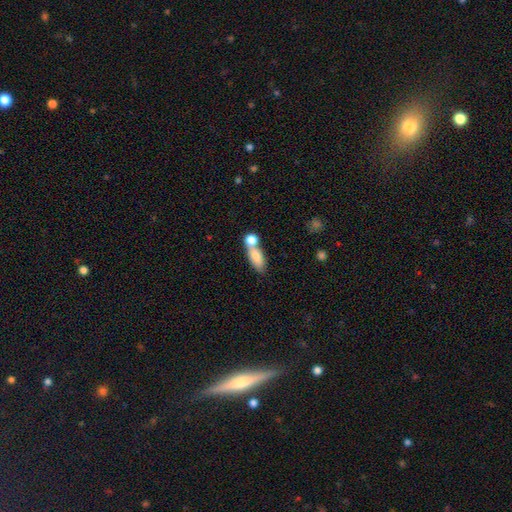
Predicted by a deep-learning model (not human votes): Smooth or featured: smooth — 78% (featured or disk — 14%)
How rounded: in between — 70% (cigar-shaped — 23%)
Merging: merger — 46% (none — 37%)